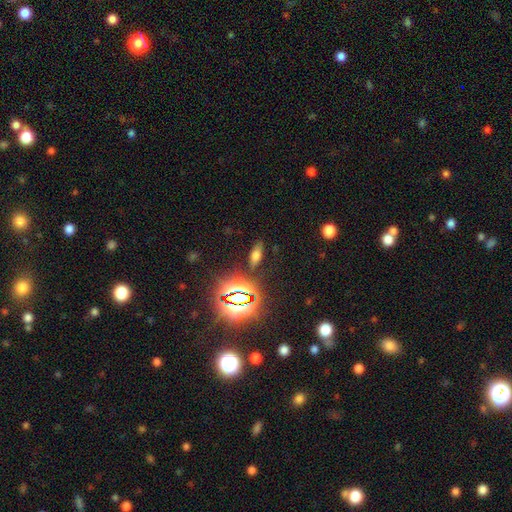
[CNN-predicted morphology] This is possibly a smooth galaxy (57%). How rounded: likely in between (72%). Merging: clearly none (84%).